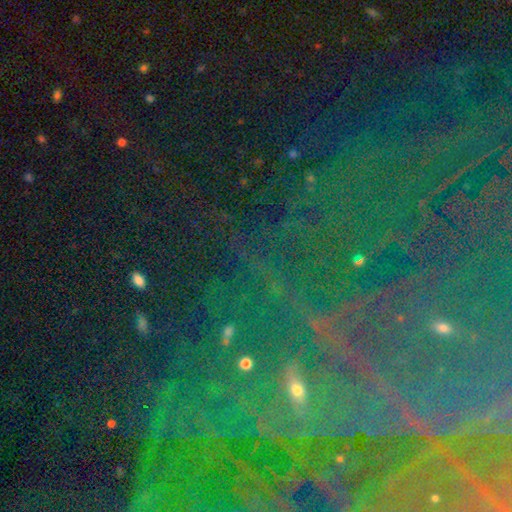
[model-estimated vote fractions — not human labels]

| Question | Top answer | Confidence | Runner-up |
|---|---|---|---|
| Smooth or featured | star or artifact | 69% | featured or disk (19%) |